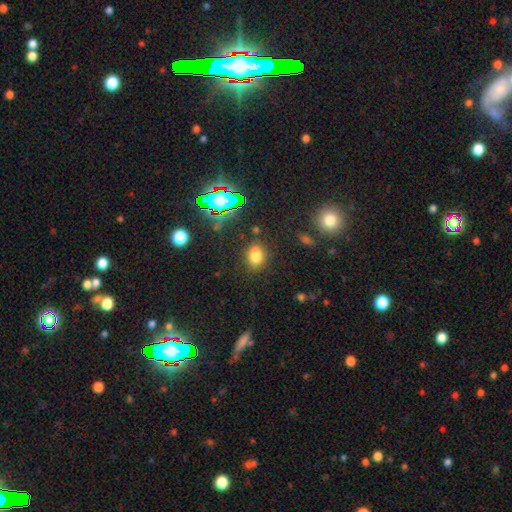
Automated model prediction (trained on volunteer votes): A smooth galaxy with no disk features (71%) that is in between round and cigar-shaped (73%). Merging: none (76%).